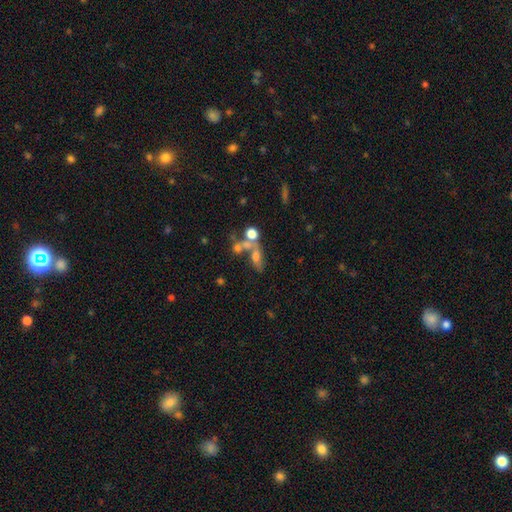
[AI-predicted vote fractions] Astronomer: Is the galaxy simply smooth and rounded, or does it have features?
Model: smooth — 43% (runner-up: featured or disk, 35%).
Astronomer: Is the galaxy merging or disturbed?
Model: merger — 41% (runner-up: none, 32%).